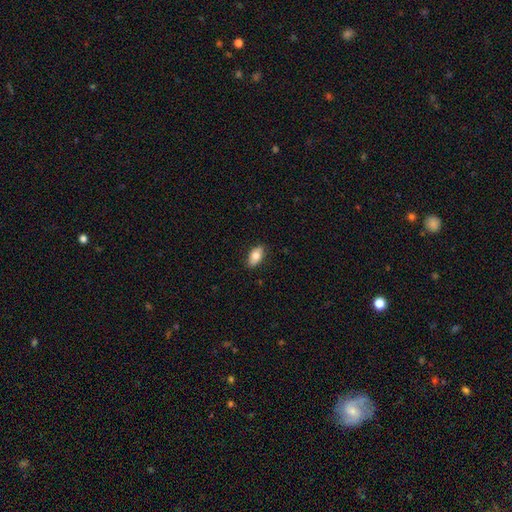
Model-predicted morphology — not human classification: The model was most divided on "smooth or featured": smooth: 79%, featured or disk: 15%, star or artifact: 7%. More confident: how rounded — in between (91%); merging — none (86%).